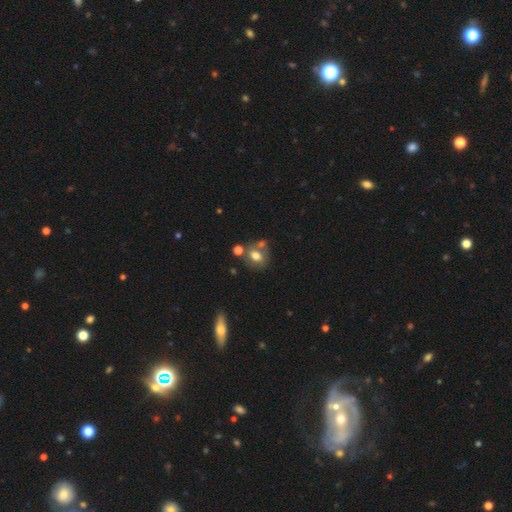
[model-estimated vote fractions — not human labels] smooth 69%, featured or disk 20%, star or artifact 11%. Down the decision tree: how rounded — round (50%); merging — none (54%).